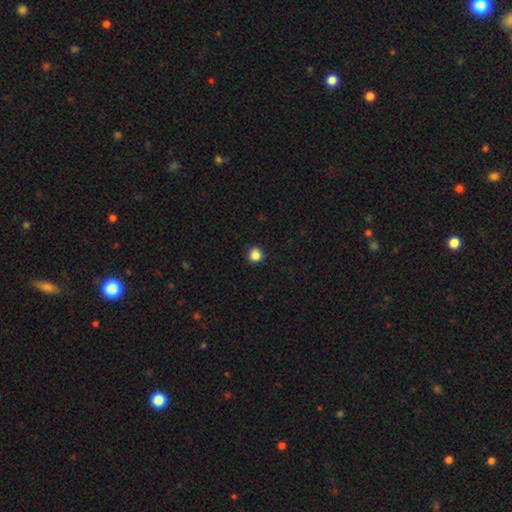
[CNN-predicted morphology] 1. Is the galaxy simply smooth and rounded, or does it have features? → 86% smooth, 11% star or artifact, 3% featured or disk.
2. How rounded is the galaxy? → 88% round, 11% in between, 1% cigar-shaped.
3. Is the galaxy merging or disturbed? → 86% none, 10% minor disturbance, 2% major disturbance, 1% merger.